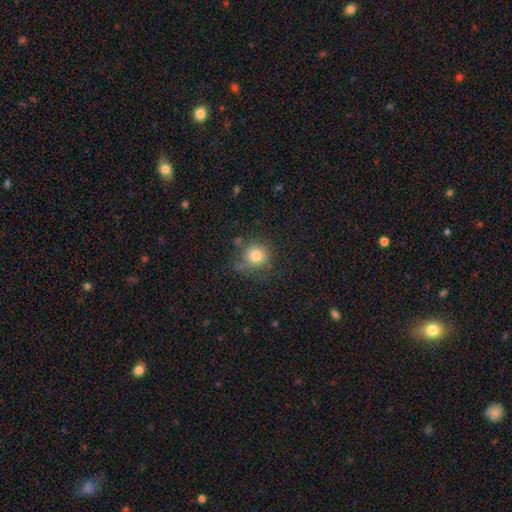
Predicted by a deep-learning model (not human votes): smooth 79%, star or artifact 12%, featured or disk 9%. Down the decision tree: how rounded — round (89%); merging — none (66%).